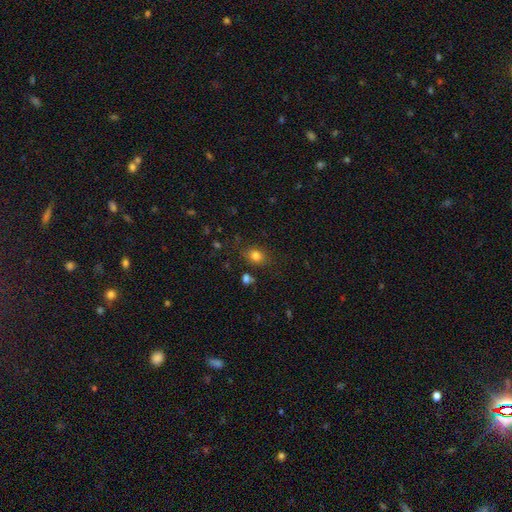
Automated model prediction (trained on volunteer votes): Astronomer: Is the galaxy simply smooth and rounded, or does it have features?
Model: smooth — 81%.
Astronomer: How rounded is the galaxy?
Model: in between — 55% (runner-up: round, 44%).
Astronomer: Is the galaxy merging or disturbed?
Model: none — 77%.